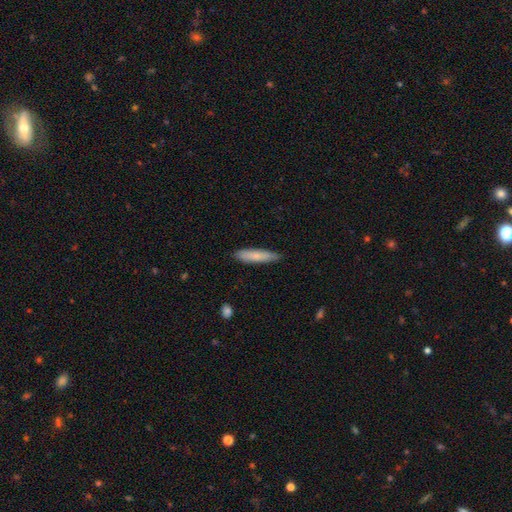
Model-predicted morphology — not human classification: smooth 74%, featured or disk 20%, star or artifact 6%. Down the decision tree: how rounded — cigar-shaped (83%); merging — none (85%).